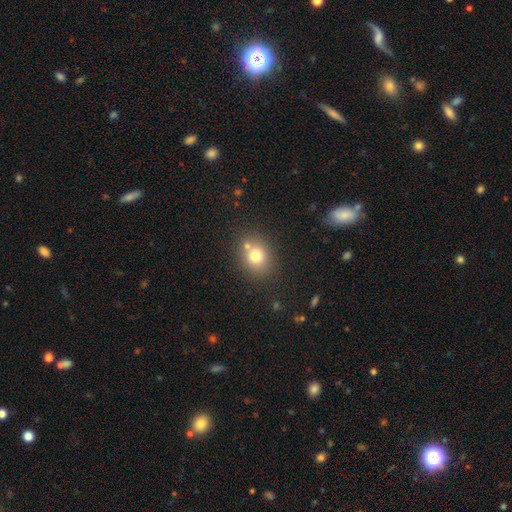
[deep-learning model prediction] A smooth galaxy with no disk features (75%) that is round (64%).

Vote fractions:
- Smooth or featured? smooth: 75% / star or artifact: 13% / featured or disk: 12%
- How rounded? round: 64% / in between: 35% / cigar-shaped: 1%
- Merging? none: 68% / merger: 17% / minor disturbance: 11% / major disturbance: 4%